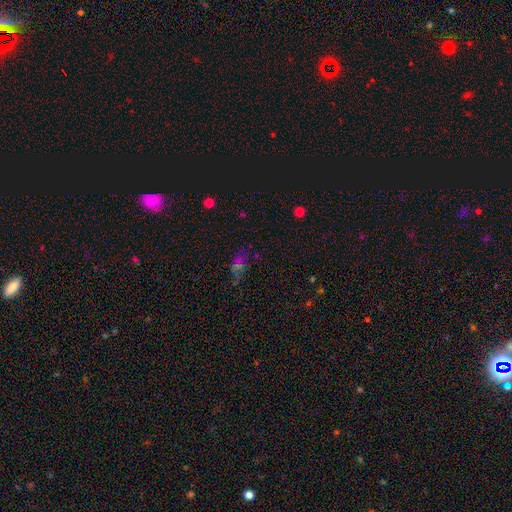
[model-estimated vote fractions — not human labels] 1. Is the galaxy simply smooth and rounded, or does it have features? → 52% smooth, 32% star or artifact, 16% featured or disk.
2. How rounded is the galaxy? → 78% in between, 12% round, 11% cigar-shaped.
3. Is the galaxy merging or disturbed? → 58% none, 23% minor disturbance, 13% major disturbance, 6% merger.